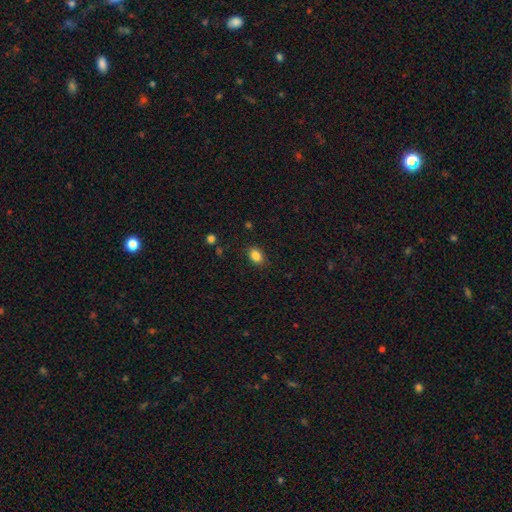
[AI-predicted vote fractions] Overall: smooth (86%). How rounded: in between (74%). Merging: none (85%).